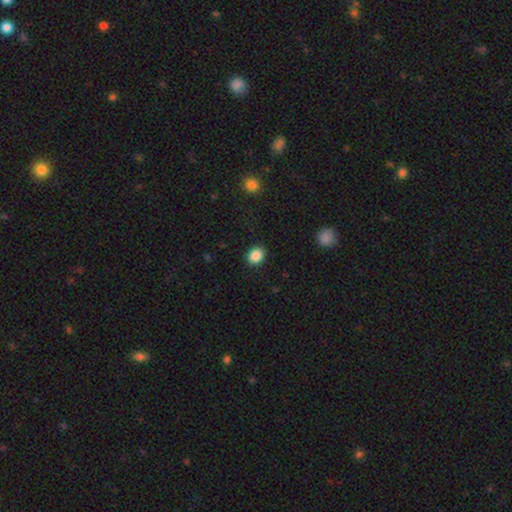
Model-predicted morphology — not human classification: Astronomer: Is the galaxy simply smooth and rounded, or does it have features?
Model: smooth — 87%.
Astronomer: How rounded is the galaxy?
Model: round — 65%.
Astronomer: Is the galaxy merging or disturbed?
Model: none — 90%.